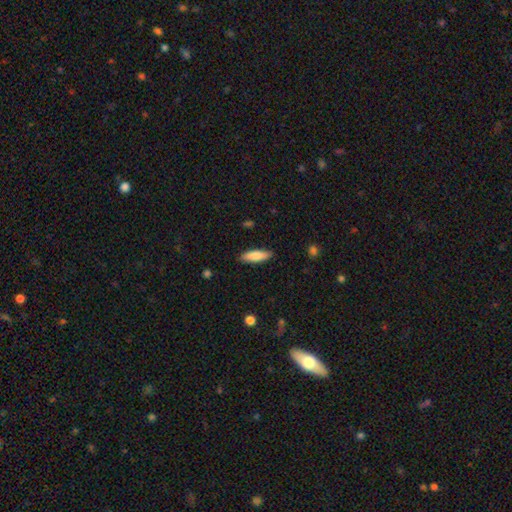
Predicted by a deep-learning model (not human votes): Smooth or featured?
  - smooth: 83% *
  - featured or disk: 12%
  - star or artifact: 6%
How rounded?
  - cigar-shaped: 55% *
  - in between: 43%
  - round: 2%
Merging?
  - none: 88% *
  - minor disturbance: 9%
  - major disturbance: 2%
  - merger: 1%